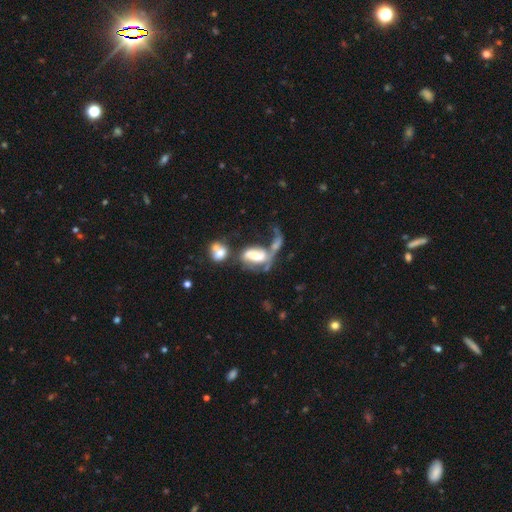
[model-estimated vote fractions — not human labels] Q: Smooth or featured?
A: featured or disk (54%); runner-up: smooth (37%)
Q: Edge-on disk?
A: no (94%); runner-up: yes (6%)
Q: Bar?
A: no (48%); runner-up: weak (29%)
Q: Spiral arms?
A: yes (57%); runner-up: no (43%)
Q: Bulge size?
A: large (32%); runner-up: moderate (26%)
Q: Merging?
A: merger (47%); runner-up: major disturbance (33%)